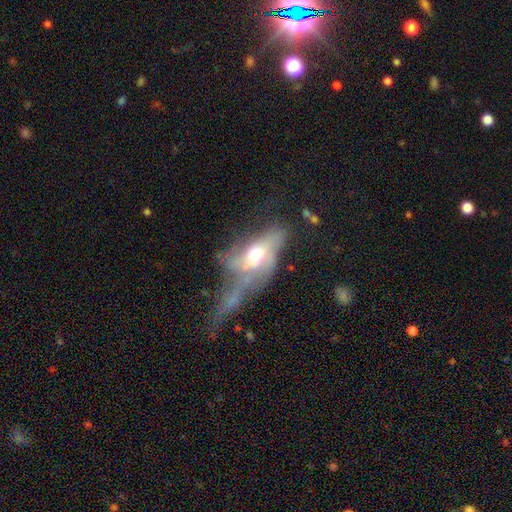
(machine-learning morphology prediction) featured or disk 53%, smooth 38%, star or artifact 9%. Down the decision tree: edge-on disk — no (78%); merging — major disturbance (41%).